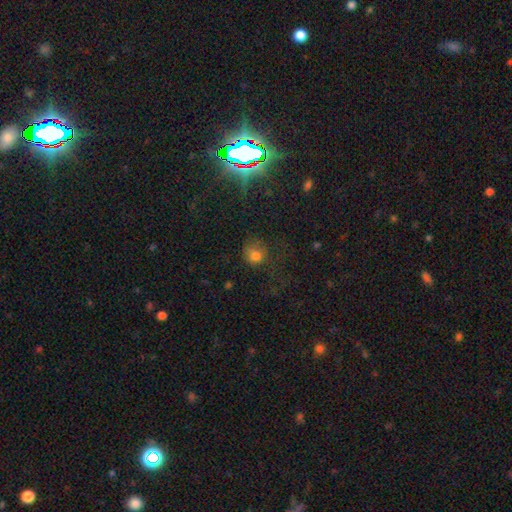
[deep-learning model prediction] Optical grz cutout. It shows a smooth galaxy with no disk features (74%) that is round (80%). Merging: none (56%).